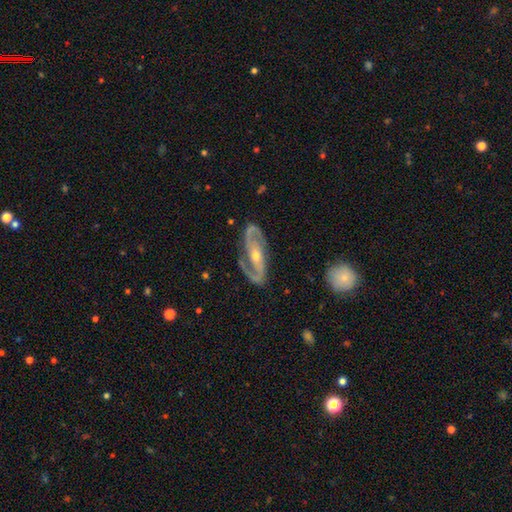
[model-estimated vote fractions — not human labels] Smooth or featured?
  - featured or disk: 89% *
  - smooth: 6%
  - star or artifact: 5%
Edge-on disk?
  - no: 93% *
  - yes: 7%
Bar?
  - no: 37% *
  - weak: 32%
  - strong: 31%
Spiral arms?
  - yes: 96% *
  - no: 4%
Spiral winding?
  - medium: 50% *
  - tight: 32%
  - loose: 18%
Spiral arm count?
  - 2: 90% *
  - can't tell: 4%
  - 1: 2%
  - 3: 2%
  - 4: 1%
  - more than 4: 1%
Bulge size?
  - moderate: 52% *
  - small: 44%
  - large: 2%
  - none: 1%
  - dominant: 1%
Merging?
  - none: 81% *
  - minor disturbance: 13%
  - major disturbance: 5%
  - merger: 2%